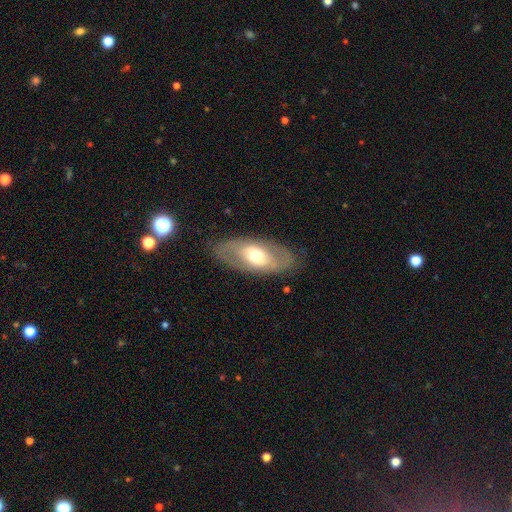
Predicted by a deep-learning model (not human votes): Morphology: type=featured or disk (52%); edge-on=no (85%); merging=none (81%).